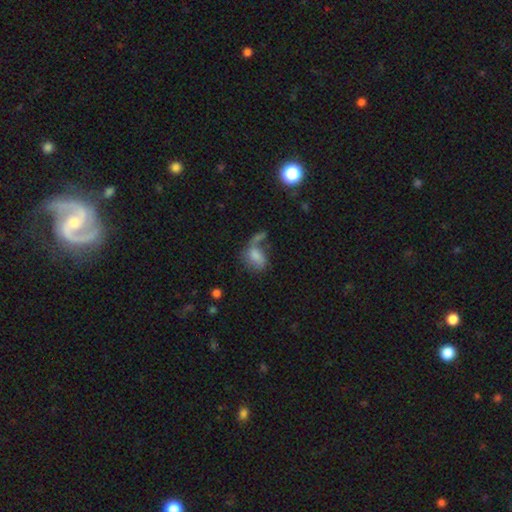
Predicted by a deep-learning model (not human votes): Smooth or featured: smooth — 61% (featured or disk — 27%)
How rounded: in between — 79% (round — 17%)
Merging: merger — 31% (major disturbance — 30%)